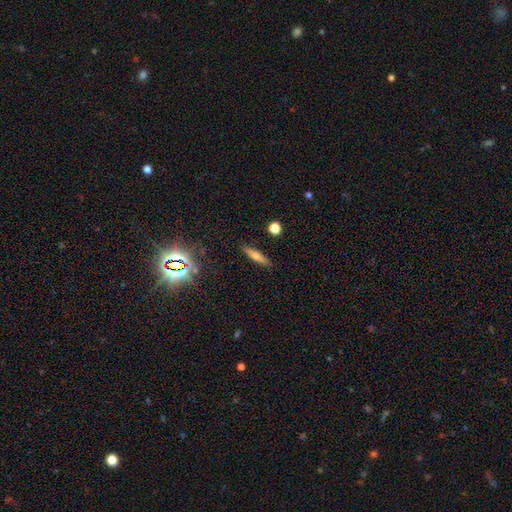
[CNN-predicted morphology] Smooth or featured: smooth — 56% (featured or disk — 32%)
How rounded: cigar-shaped — 77% (in between — 20%)
Merging: none — 88% (minor disturbance — 8%)